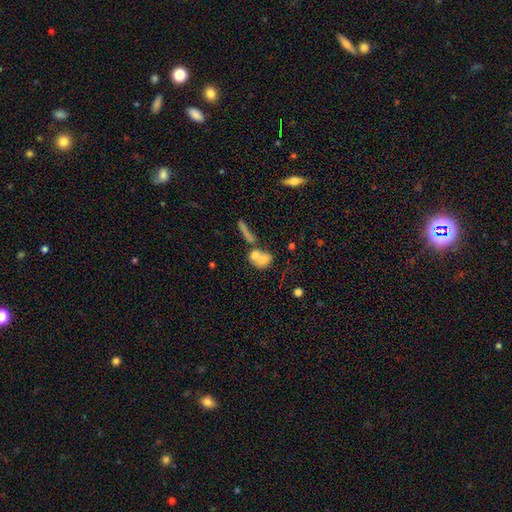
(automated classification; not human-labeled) This appears to be a smooth galaxy with no disk features (67%) that is in between round and cigar-shaped (51%). Merging: merger (60%).